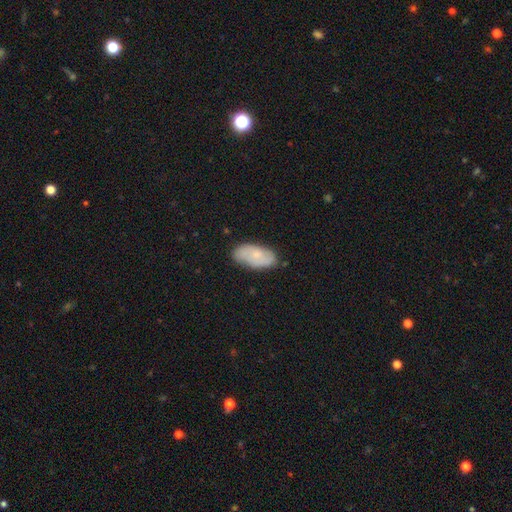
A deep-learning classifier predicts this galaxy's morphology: Smooth or featured?
  - smooth: 63% *
  - featured or disk: 30%
  - star or artifact: 7%
How rounded?
  - in between: 92% *
  - cigar-shaped: 5%
  - round: 3%
Merging?
  - none: 77% *
  - minor disturbance: 18%
  - major disturbance: 3%
  - merger: 1%